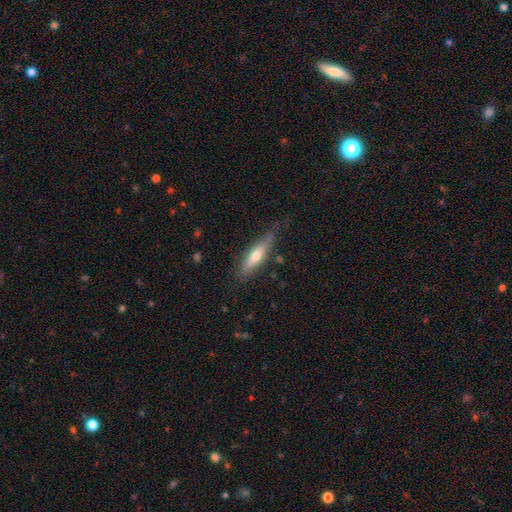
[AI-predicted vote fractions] Overall: smooth (52%; featured or disk 41%). How rounded: cigar-shaped (72%). Merging: none (72%).